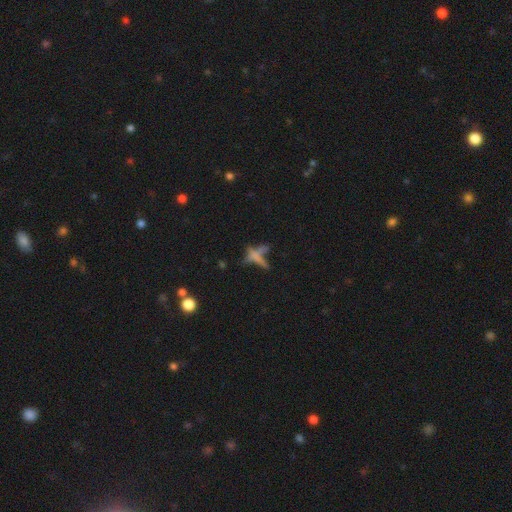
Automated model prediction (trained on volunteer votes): This is possibly a smooth galaxy (47%). Merging: marginally none (40%).